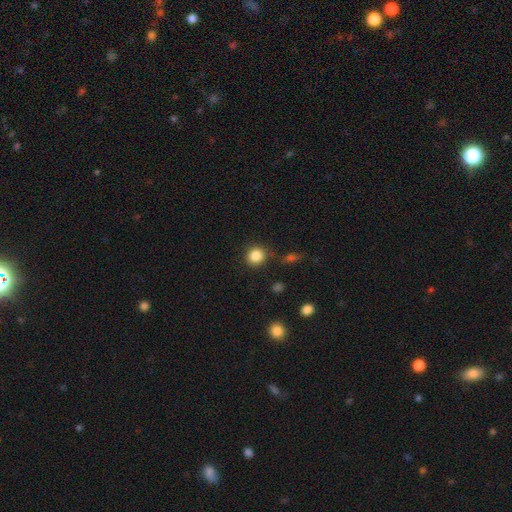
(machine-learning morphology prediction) Smooth or featured?
  - smooth: 85% *
  - star or artifact: 10%
  - featured or disk: 5%
How rounded?
  - round: 89% *
  - in between: 10%
  - cigar-shaped: 1%
Merging?
  - none: 85% *
  - minor disturbance: 9%
  - merger: 4%
  - major disturbance: 3%